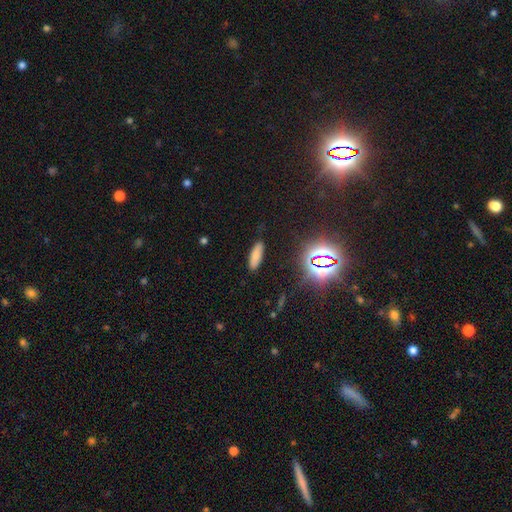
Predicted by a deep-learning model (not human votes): Q: Smooth or featured?
A: smooth (76%); runner-up: star or artifact (16%)
Q: How rounded?
A: in between (53%); runner-up: cigar-shaped (44%)
Q: Merging?
A: none (88%); runner-up: minor disturbance (9%)